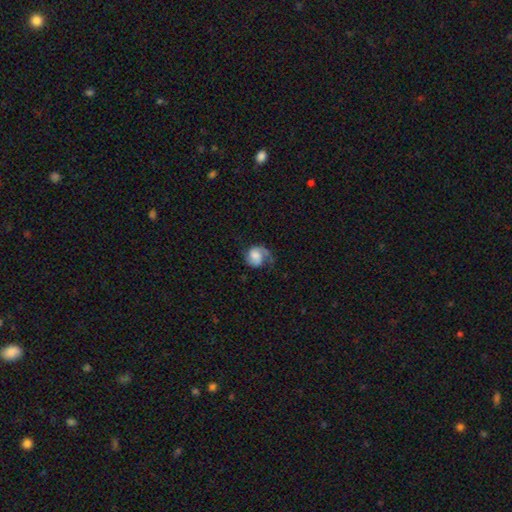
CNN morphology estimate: The model was most divided on "bulge size": large: 27%, moderate: 23%, none: 23%, small: 19%, dominant: 8%. Remaining: edge-on disk — no (98%); spiral arms — yes (89%); bar — no (65%); smooth or featured — featured or disk (57%); merging — none (38%).